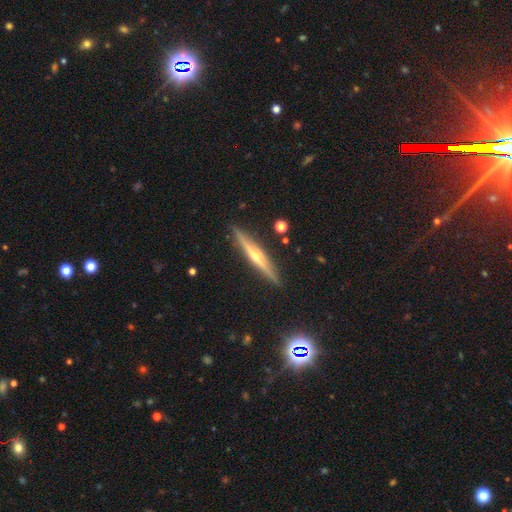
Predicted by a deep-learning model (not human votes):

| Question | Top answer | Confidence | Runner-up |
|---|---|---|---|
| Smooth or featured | featured or disk | 73% | smooth (20%) |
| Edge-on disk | yes | 97% | no (3%) |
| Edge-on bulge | rounded | 82% | none (13%) |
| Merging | none | 90% | minor disturbance (7%) |